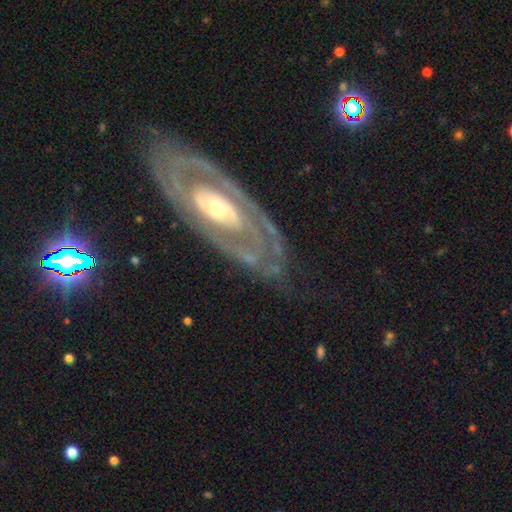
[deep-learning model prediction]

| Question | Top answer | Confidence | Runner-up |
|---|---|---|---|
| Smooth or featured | featured or disk | 84% | smooth (10%) |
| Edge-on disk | no | 90% | yes (10%) |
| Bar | no | 65% | weak (22%) |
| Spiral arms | yes | 75% | no (25%) |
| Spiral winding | tight | 68% | medium (24%) |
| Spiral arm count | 2 | 40% | can't tell (38%) |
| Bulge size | moderate | 48% | small (43%) |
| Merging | none | 77% | minor disturbance (14%) |